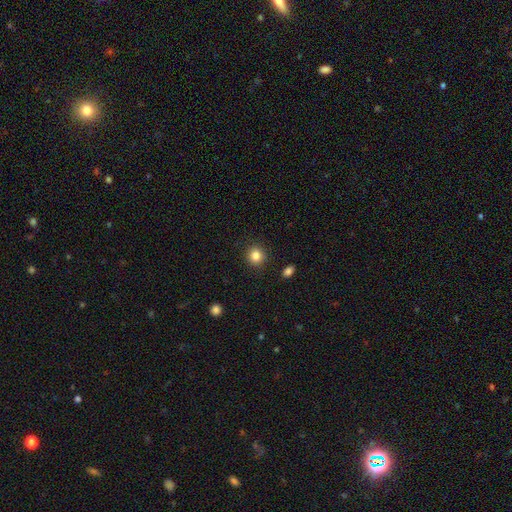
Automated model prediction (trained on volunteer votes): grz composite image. It shows a smooth galaxy with no disk features (84%) that is round (90%). Merging: none (91%).